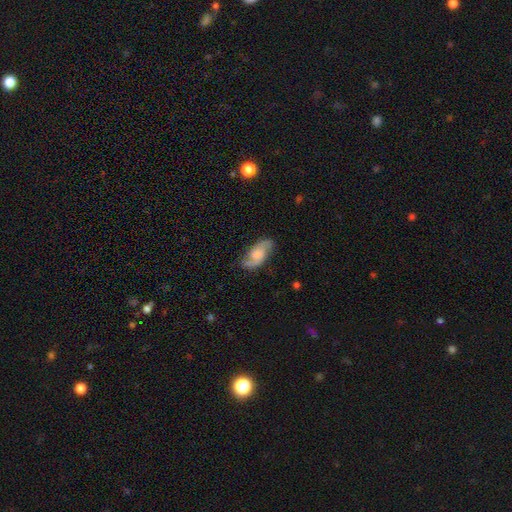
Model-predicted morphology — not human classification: Q: Smooth or featured?
A: featured or disk (76%); runner-up: smooth (18%)
Q: Edge-on disk?
A: no (95%); runner-up: yes (5%)
Q: Bar?
A: no (55%); runner-up: weak (37%)
Q: Spiral arms?
A: yes (95%); runner-up: no (5%)
Q: Spiral winding?
A: medium (46%); runner-up: loose (38%)
Q: Spiral arm count?
A: 2 (91%); runner-up: can't tell (4%)
Q: Bulge size?
A: none (30%); runner-up: moderate (28%)
Q: Merging?
A: none (80%); runner-up: minor disturbance (15%)